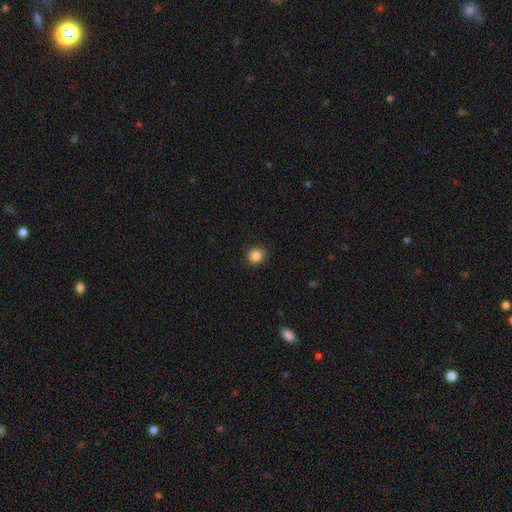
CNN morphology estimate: The model was most divided on "how rounded": round: 86%, in between: 13%, cigar-shaped: 1%. More confident: merging — none (91%); smooth or featured — smooth (86%).